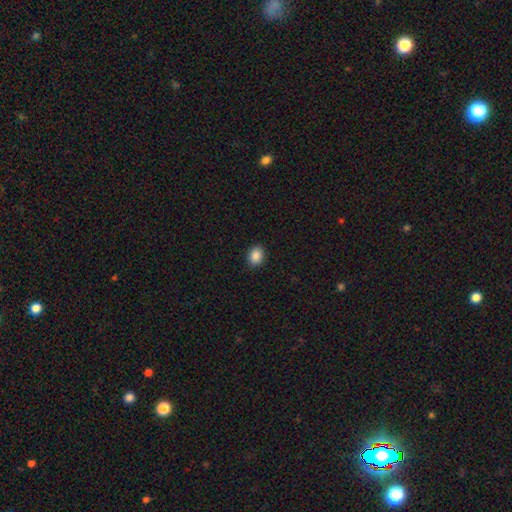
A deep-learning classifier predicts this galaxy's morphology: Smooth or featured: smooth — 88% (star or artifact — 9%)
How rounded: in between — 65% (round — 34%)
Merging: none — 90% (minor disturbance — 7%)